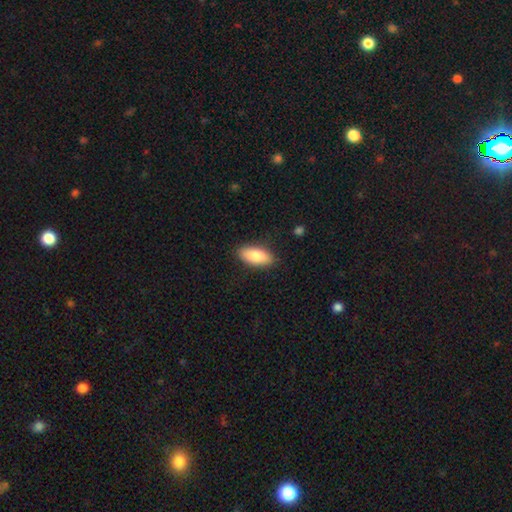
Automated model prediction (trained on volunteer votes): This is clearly a smooth galaxy (85%). How rounded: clearly in between (86%). Merging: clearly none (87%).